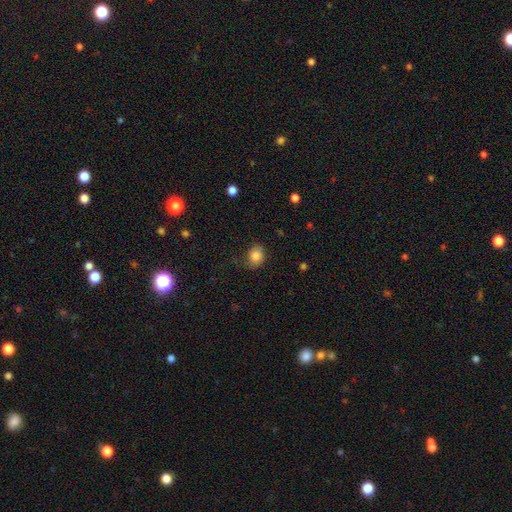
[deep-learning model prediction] smooth_or_featured: smooth (p=0.84) [alt: star or artifact p=0.09]
how_rounded: round (p=0.50) [alt: in between p=0.49]
merging: none (p=0.62) [alt: minor disturbance p=0.25]